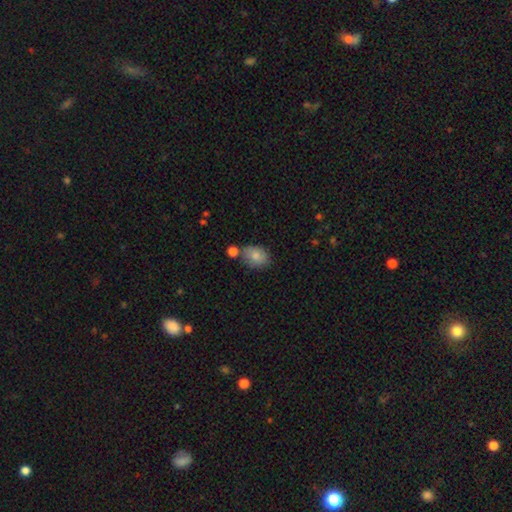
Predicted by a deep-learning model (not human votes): A smooth galaxy with no disk features (83%) that is in between round and cigar-shaped (74%). Merging: none (65%).